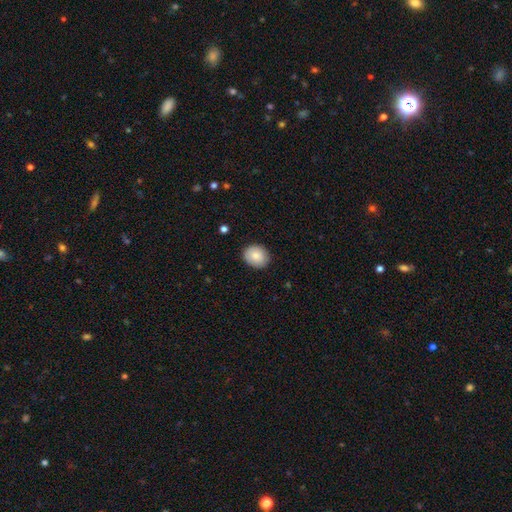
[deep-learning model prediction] This is clearly a smooth galaxy (84%). How rounded: likely round (66%). Merging: clearly none (87%).